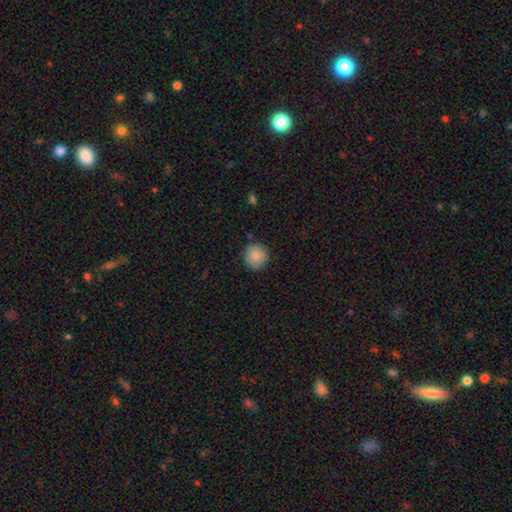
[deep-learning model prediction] The model was most divided on "merging": none: 88%, minor disturbance: 9%, major disturbance: 2%, merger: 1%. More confident: how rounded — round (94%); smooth or featured — smooth (87%).